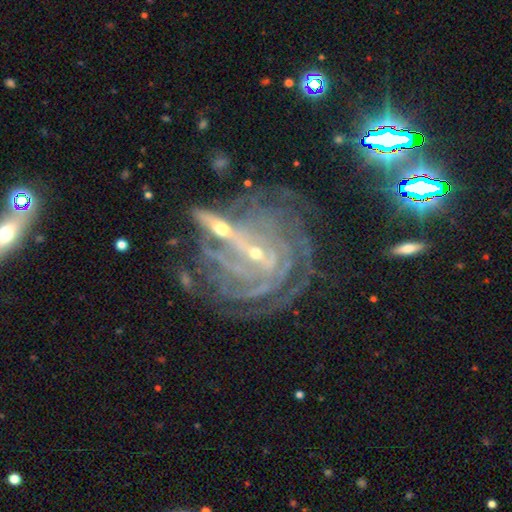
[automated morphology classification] Smooth or featured: featured or disk — 80% (star or artifact — 13%)
Edge-on disk: no — 94% (yes — 6%)
Bar: strong — 39% (weak — 38%)
Spiral arms: yes — 94% (no — 6%)
Spiral winding: tight — 73% (medium — 21%)
Spiral arm count: can't tell — 32% (4 — 19%)
Bulge size: small — 78% (moderate — 17%)
Merging: none — 60% (minor disturbance — 18%)